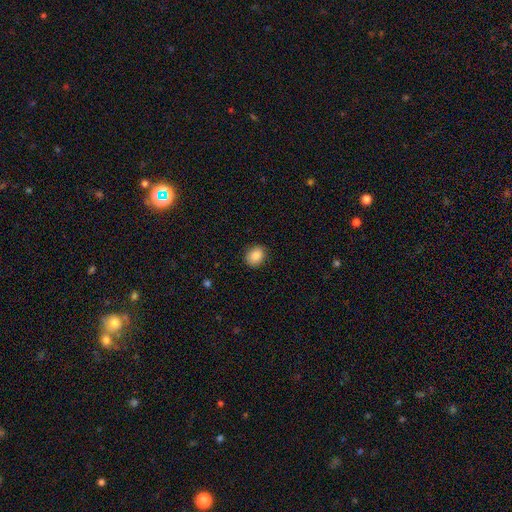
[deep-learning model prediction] Morphology: type=smooth (87%); roundness=round (59%); merging=none (88%).